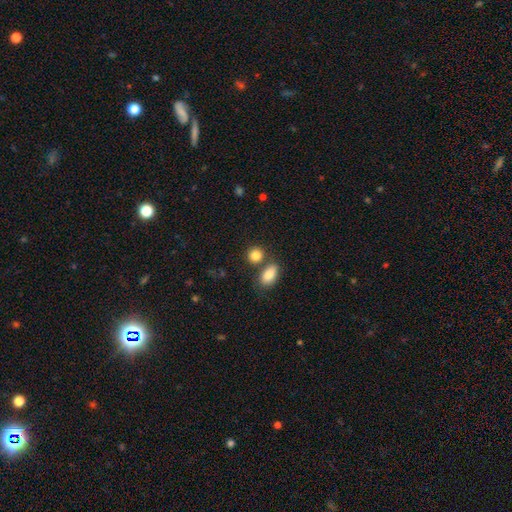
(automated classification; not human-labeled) The model was most divided on "merging": none: 65%, merger: 23%, minor disturbance: 9%, major disturbance: 3%. More confident: smooth or featured — smooth (85%); how rounded — round (71%).